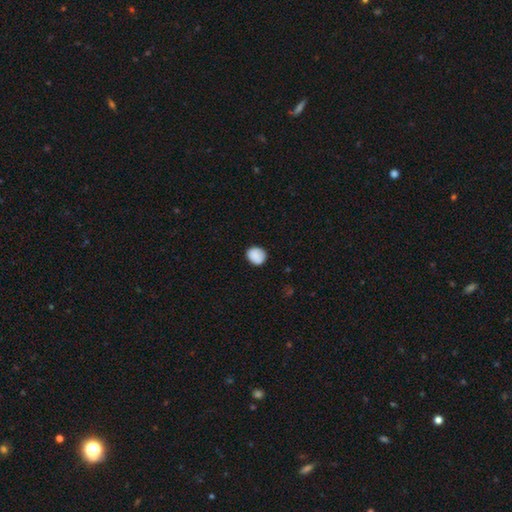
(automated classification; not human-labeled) A smooth galaxy with no disk features (88%) that is round (73%).

Vote fractions:
- Smooth or featured? smooth: 88% / star or artifact: 8% / featured or disk: 4%
- How rounded? round: 73% / in between: 26% / cigar-shaped: 1%
- Merging? none: 84% / minor disturbance: 13% / major disturbance: 2% / merger: 1%